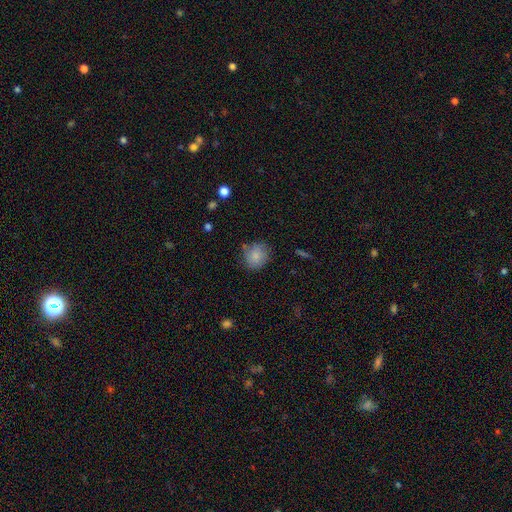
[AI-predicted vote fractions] Smooth or featured? smooth (84%)
How rounded? round (81%)
Merging? none (78%)